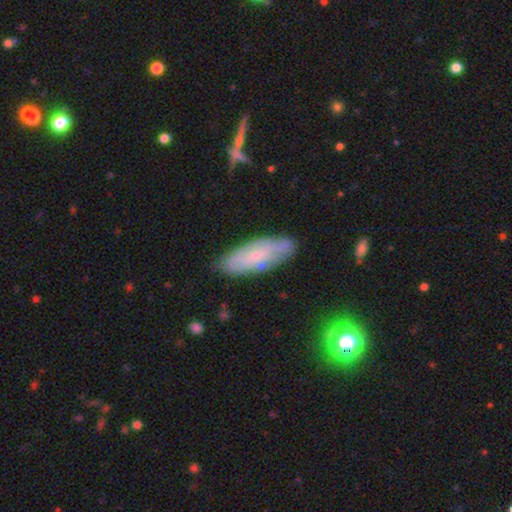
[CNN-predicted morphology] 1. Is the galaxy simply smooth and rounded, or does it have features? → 48% smooth, 45% featured or disk, 7% star or artifact.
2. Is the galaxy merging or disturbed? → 78% none, 17% minor disturbance, 3% major disturbance, 2% merger.